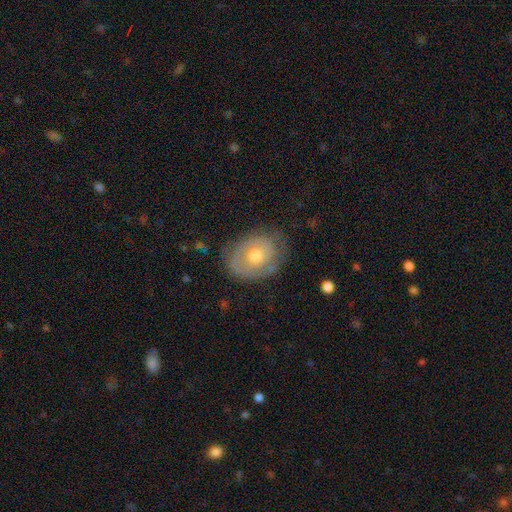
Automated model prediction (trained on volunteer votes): Smooth or featured?
  - featured or disk: 58% *
  - smooth: 36%
  - star or artifact: 7%
Edge-on disk?
  - no: 95% *
  - yes: 5%
Bar?
  - no: 84% *
  - weak: 13%
  - strong: 3%
Spiral arms?
  - yes: 56% *
  - no: 44%
Bulge size?
  - moderate: 75% *
  - small: 13%
  - large: 9%
  - none: 1%
  - dominant: 1%
Merging?
  - none: 70% *
  - minor disturbance: 21%
  - major disturbance: 8%
  - merger: 1%